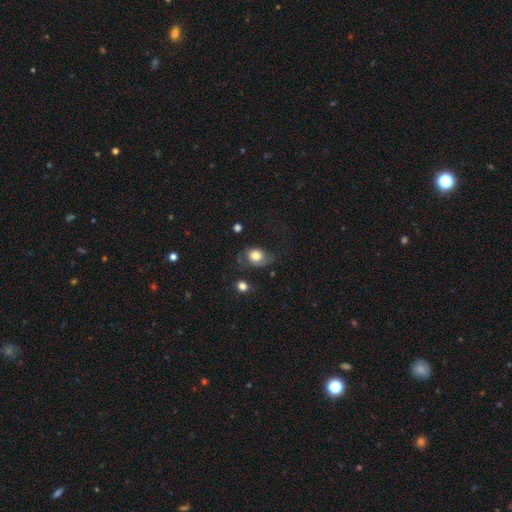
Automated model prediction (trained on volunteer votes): Smooth or featured? smooth (69%)
How rounded? in between (51%)
Merging? none (46%)